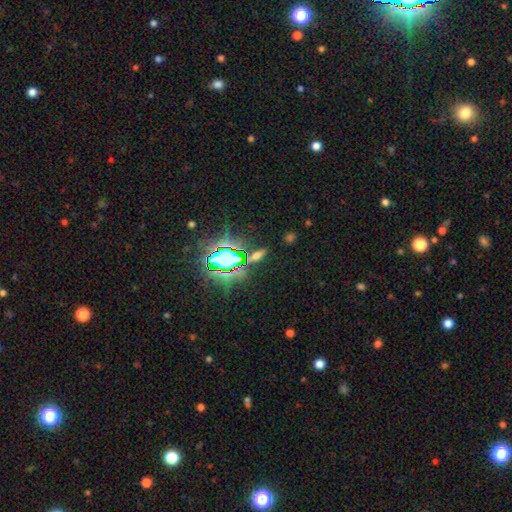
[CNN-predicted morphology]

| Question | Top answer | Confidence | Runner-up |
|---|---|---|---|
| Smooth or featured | star or artifact | 50% | smooth (34%) |